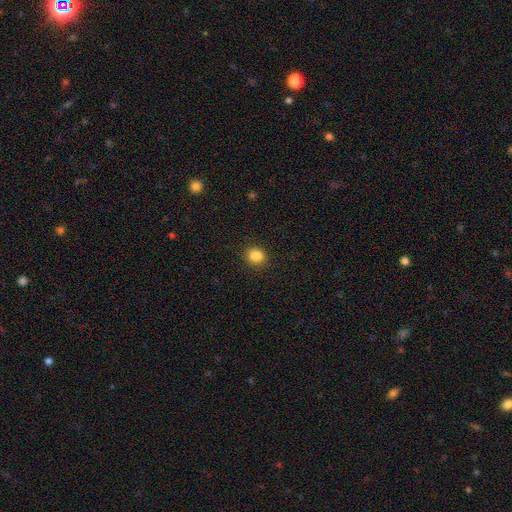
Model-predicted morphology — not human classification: This appears to be a smooth galaxy with no disk features (86%) that is round (73%). Merging: none (87%).